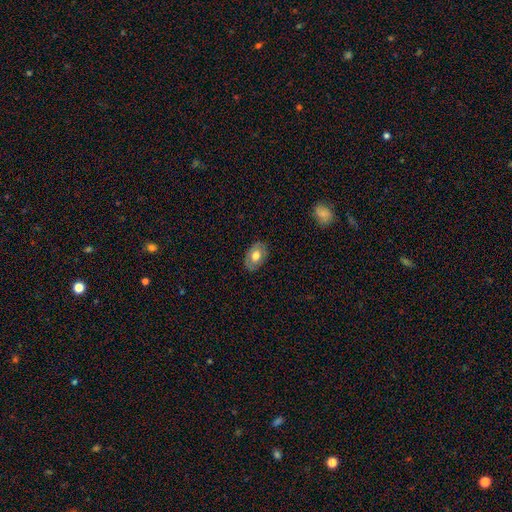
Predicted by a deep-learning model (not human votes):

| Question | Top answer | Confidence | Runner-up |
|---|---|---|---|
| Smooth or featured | smooth | 59% | featured or disk (34%) |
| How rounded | in between | 83% | round (16%) |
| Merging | none | 83% | minor disturbance (13%) |